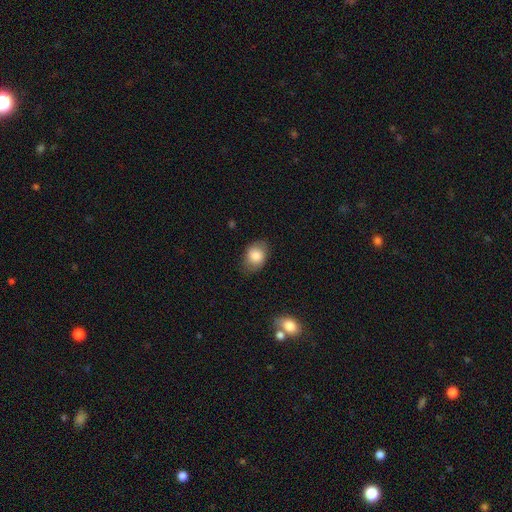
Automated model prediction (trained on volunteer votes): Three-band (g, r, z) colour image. It shows a smooth galaxy with no disk features (82%) that is in between round and cigar-shaped (65%). Merging: none (75%).